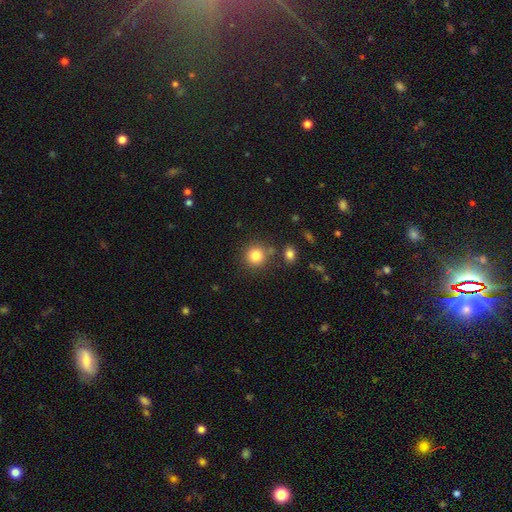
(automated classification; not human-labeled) Smooth or featured: smooth — 83% (star or artifact — 11%)
How rounded: round — 91% (in between — 8%)
Merging: none — 79% (minor disturbance — 9%)